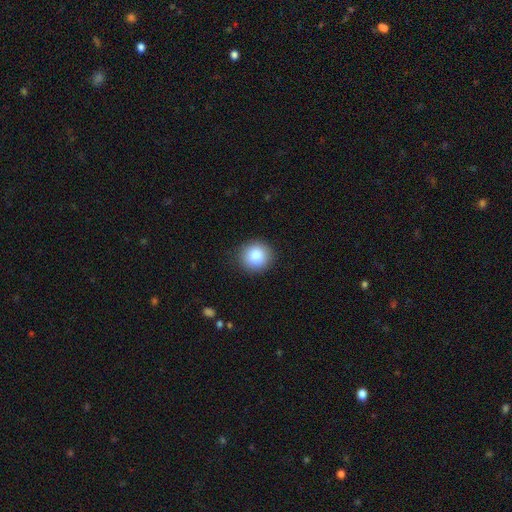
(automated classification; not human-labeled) A smooth galaxy with no disk features (86%) that is round (92%).

Vote fractions:
- Smooth or featured? smooth: 86% / star or artifact: 8% / featured or disk: 5%
- How rounded? round: 92% / in between: 8% / cigar-shaped: 1%
- Merging? none: 90% / minor disturbance: 7% / major disturbance: 2% / merger: 1%